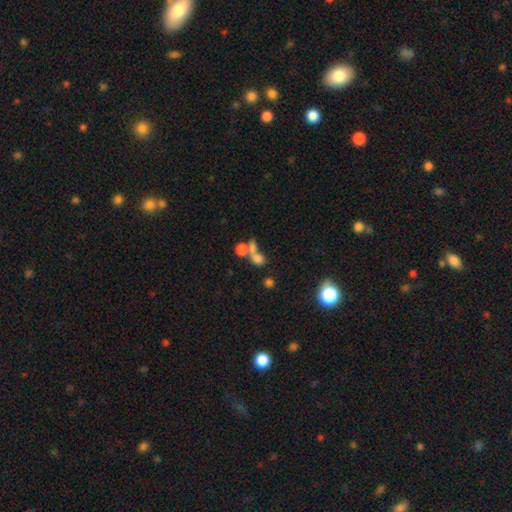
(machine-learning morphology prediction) Smooth or featured? smooth (70%)
How rounded? round (50%)
Merging? merger (52%)